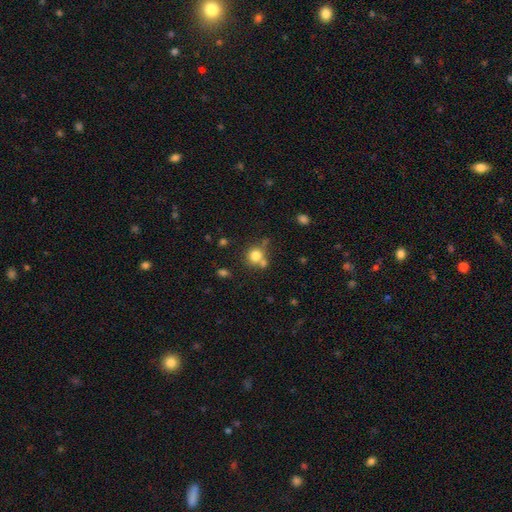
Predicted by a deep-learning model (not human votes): smooth_or_featured: smooth (p=0.78) [alt: star or artifact p=0.12]
how_rounded: round (p=0.86) [alt: in between p=0.13]
merging: none (p=0.56) [alt: merger p=0.28]